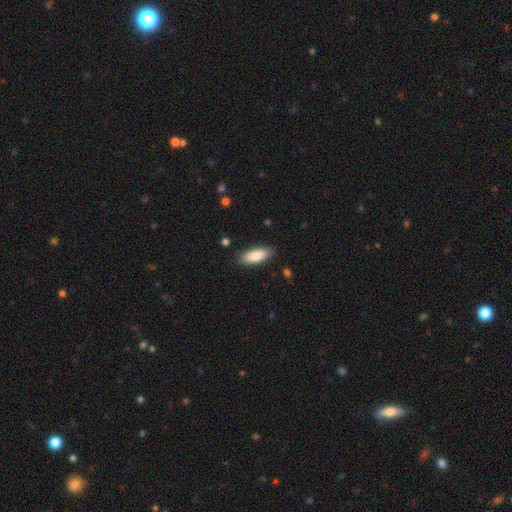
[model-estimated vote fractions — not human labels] Smooth or featured? Predicted: smooth (p=0.85). How rounded? Predicted: in between (p=0.72). Merging? Predicted: none (p=0.87).